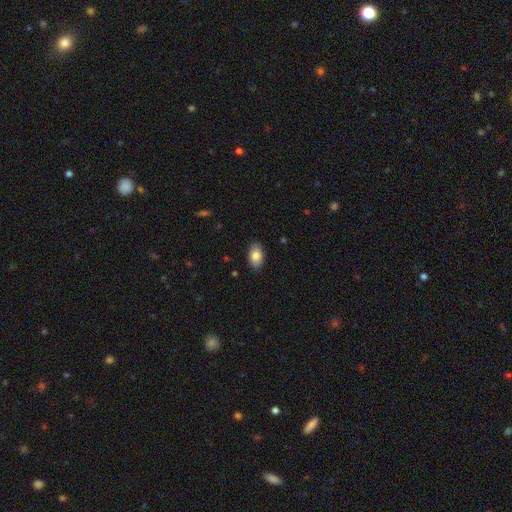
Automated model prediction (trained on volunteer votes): smooth 84%, featured or disk 9%, star or artifact 7%. Down the decision tree: how rounded — in between (92%); merging — none (88%).